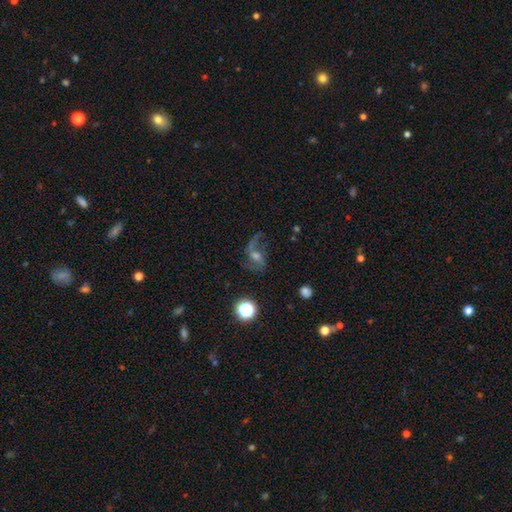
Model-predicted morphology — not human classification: Smooth or featured? Predicted: featured or disk (p=0.67). Edge-on disk? Predicted: no (p=0.96). Bar? Predicted: no (p=0.45). Spiral arms? Predicted: yes (p=0.86). Spiral winding? Predicted: loose (p=0.68). Spiral arm count? Predicted: 2 (p=0.72). Bulge size? Predicted: moderate (p=0.52). Merging? Predicted: none (p=0.51).